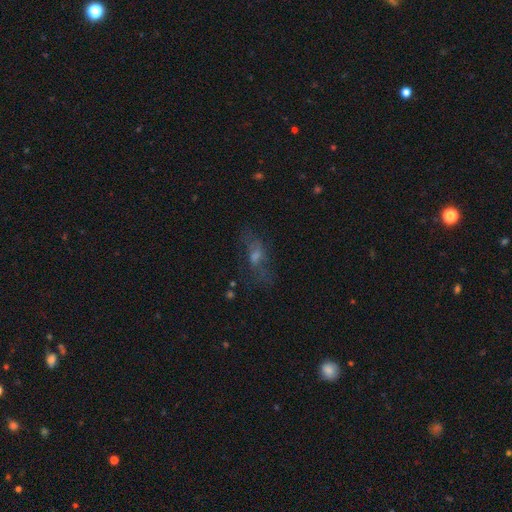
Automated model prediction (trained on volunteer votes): Overall: featured or disk (39%; smooth 32%). Merging: none (68%).